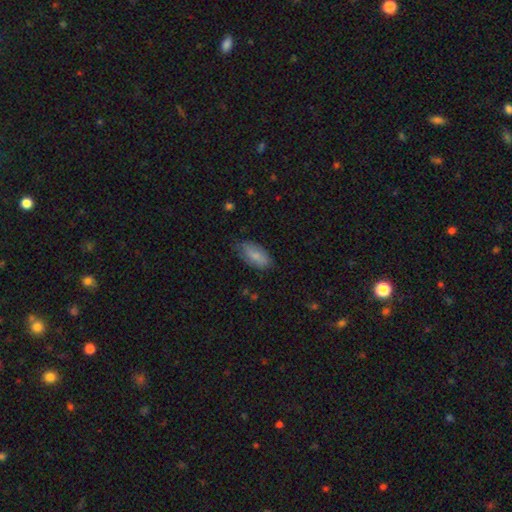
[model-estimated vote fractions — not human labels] A smooth galaxy with no disk features (79%) that is in between round and cigar-shaped (91%).

Vote fractions:
- Smooth or featured? smooth: 79% / featured or disk: 15% / star or artifact: 6%
- How rounded? in between: 91% / cigar-shaped: 7% / round: 3%
- Merging? none: 69% / minor disturbance: 25% / major disturbance: 5% / merger: 1%